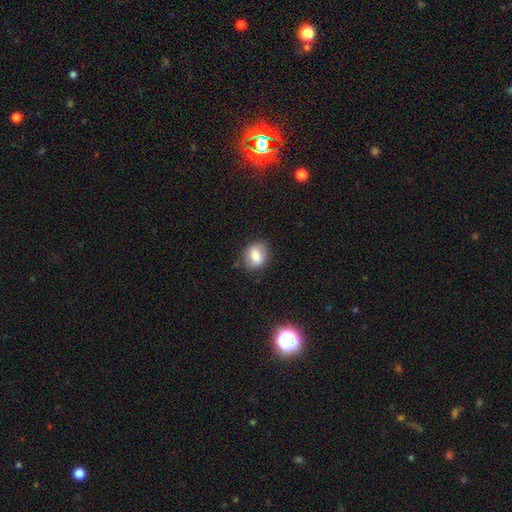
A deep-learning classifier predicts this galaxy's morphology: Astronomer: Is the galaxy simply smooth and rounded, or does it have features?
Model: smooth — 75%.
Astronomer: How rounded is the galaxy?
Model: round — 51% (runner-up: in between, 48%).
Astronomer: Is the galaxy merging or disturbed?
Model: none — 79%.